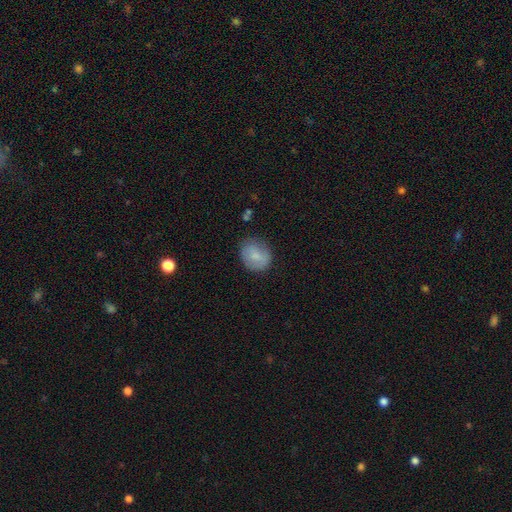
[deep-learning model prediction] Q: Smooth or featured?
A: smooth (75%); runner-up: featured or disk (18%)
Q: How rounded?
A: round (71%); runner-up: in between (28%)
Q: Merging?
A: none (73%); runner-up: minor disturbance (20%)